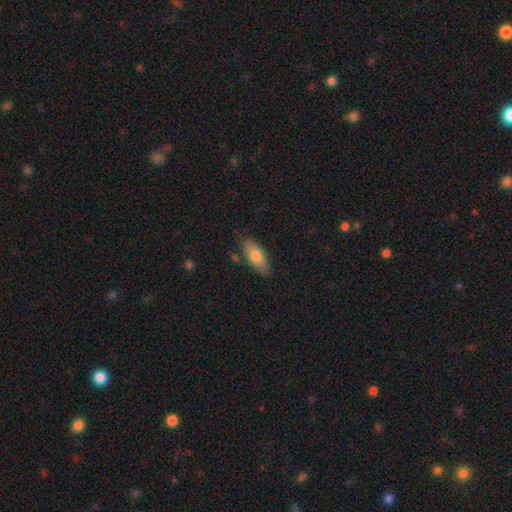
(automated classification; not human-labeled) This is likely a smooth galaxy (78%). How rounded: clearly in between (81%). Merging: likely none (79%).